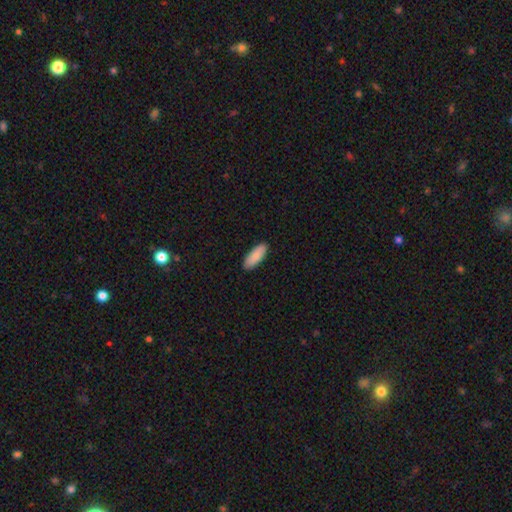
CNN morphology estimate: Smooth or featured? smooth (88%)
How rounded? in between (75%)
Merging? none (90%)